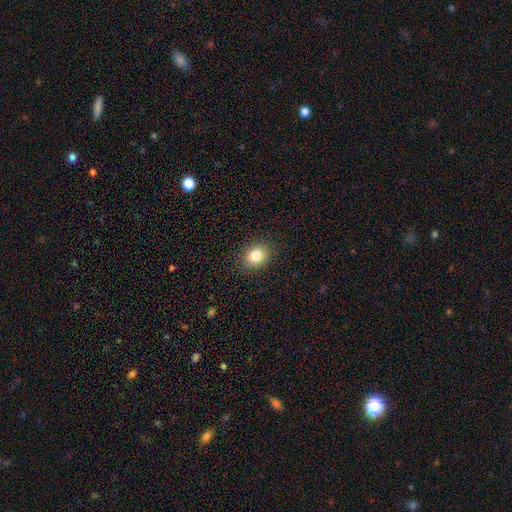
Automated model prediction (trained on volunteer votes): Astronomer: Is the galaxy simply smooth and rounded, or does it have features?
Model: smooth — 82%.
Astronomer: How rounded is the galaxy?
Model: round — 55% (runner-up: in between, 44%).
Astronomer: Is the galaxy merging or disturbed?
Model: none — 88%.